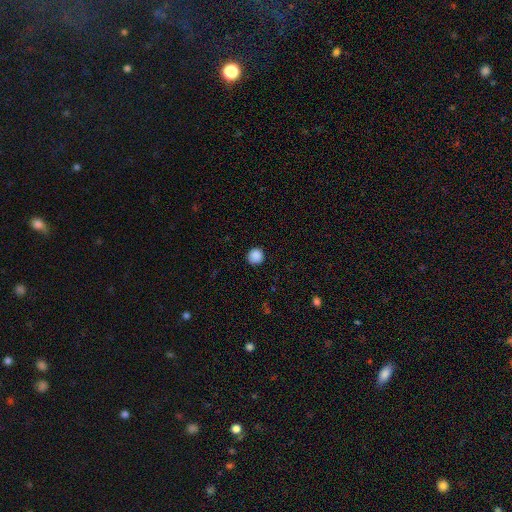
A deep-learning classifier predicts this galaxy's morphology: A smooth galaxy with no disk features (89%) that is round (93%).

Vote fractions:
- Smooth or featured? smooth: 89% / star or artifact: 9% / featured or disk: 3%
- How rounded? round: 93% / in between: 6% / cigar-shaped: 1%
- Merging? none: 91% / minor disturbance: 6% / major disturbance: 2% / merger: 1%